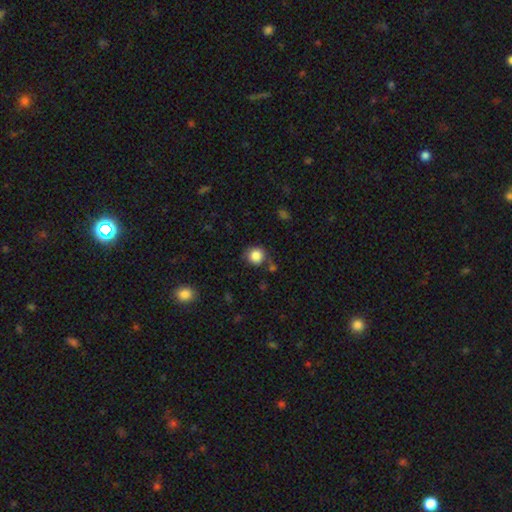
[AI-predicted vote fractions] Smooth or featured?
  - smooth: 85% *
  - star or artifact: 10%
  - featured or disk: 5%
How rounded?
  - round: 90% *
  - in between: 9%
  - cigar-shaped: 1%
Merging?
  - none: 78% *
  - minor disturbance: 13%
  - merger: 5%
  - major disturbance: 4%